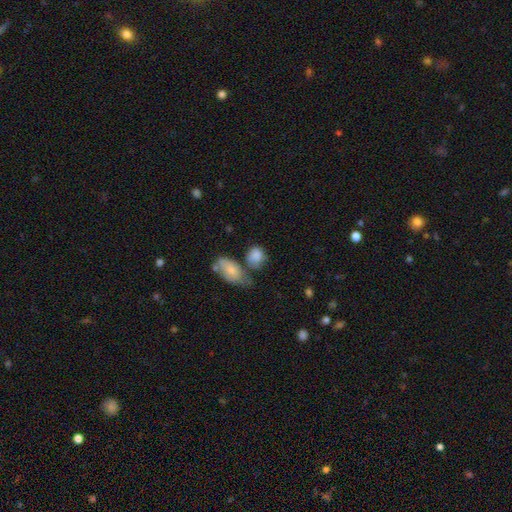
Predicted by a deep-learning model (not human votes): Morphology: type=smooth (83%); roundness=in between (50%); merging=none (45%).